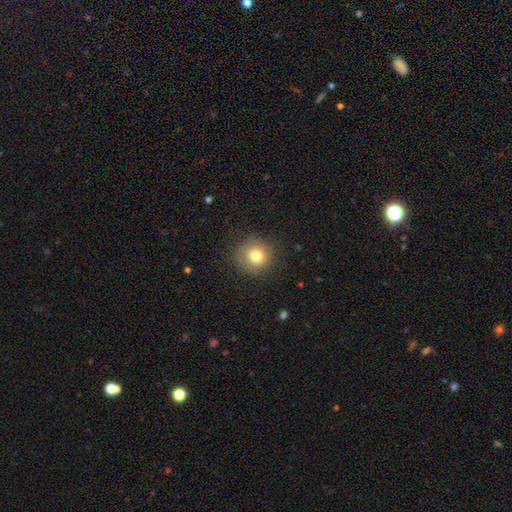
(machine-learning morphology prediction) smooth-or-featured: smooth: 76% | star or artifact: 12% | featured or disk: 11%
  how-rounded: round: 92% | in between: 7% | cigar-shaped: 1%
  merging: none: 84% | minor disturbance: 11% | major disturbance: 4% | merger: 1%